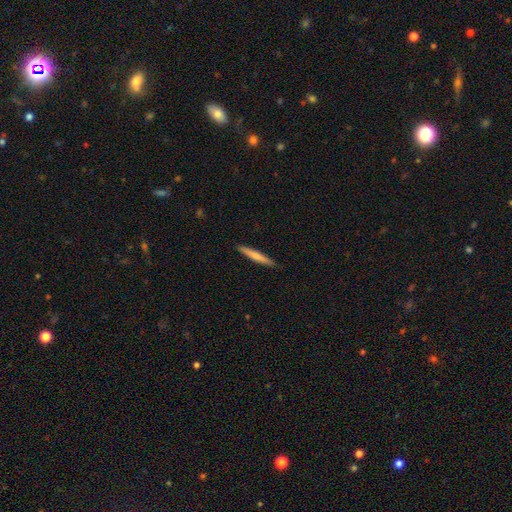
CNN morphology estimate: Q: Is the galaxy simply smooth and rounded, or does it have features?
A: smooth — 63%.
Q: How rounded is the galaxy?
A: cigar-shaped — 95%.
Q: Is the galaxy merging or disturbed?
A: none — 91%.